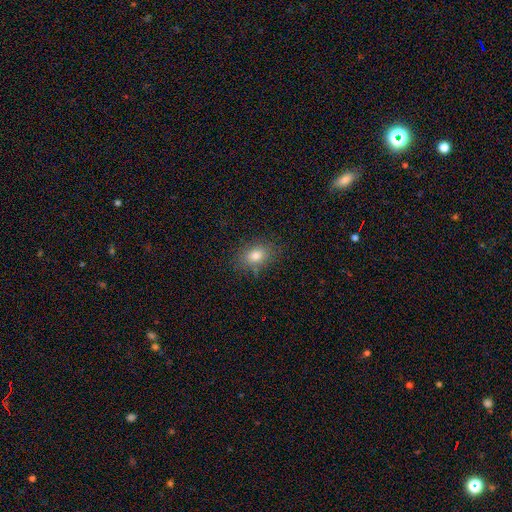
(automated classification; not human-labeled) smooth-or-featured: smooth: 81% | star or artifact: 10% | featured or disk: 9%
  how-rounded: in between: 77% | round: 22% | cigar-shaped: 2%
  merging: none: 82% | minor disturbance: 13% | major disturbance: 3% | merger: 2%